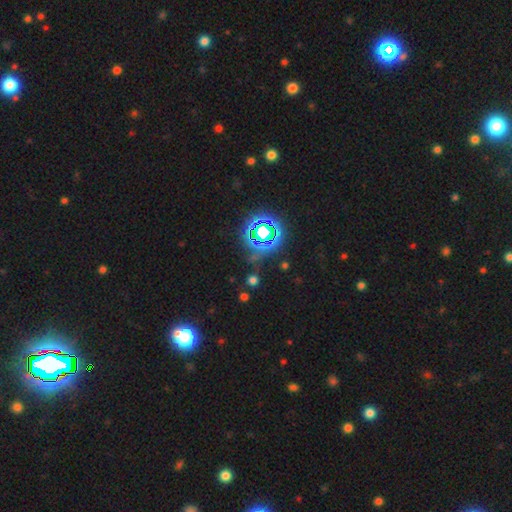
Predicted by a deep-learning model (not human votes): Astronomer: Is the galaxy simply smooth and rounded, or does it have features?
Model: star or artifact — 75%.